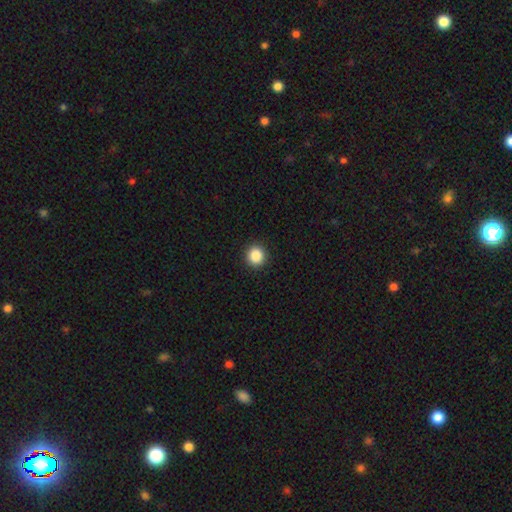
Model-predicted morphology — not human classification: A smooth galaxy with no disk features (87%) that is round (93%). Merging: none (93%).